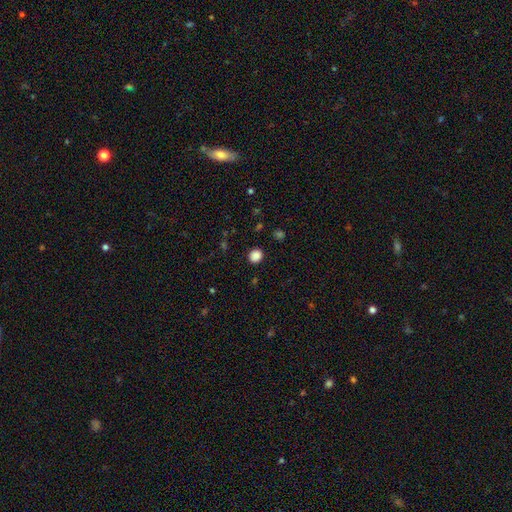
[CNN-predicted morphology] The model was most divided on "how rounded": round: 82%, in between: 17%, cigar-shaped: 1%. More confident: merging — none (90%); smooth or featured — smooth (86%).